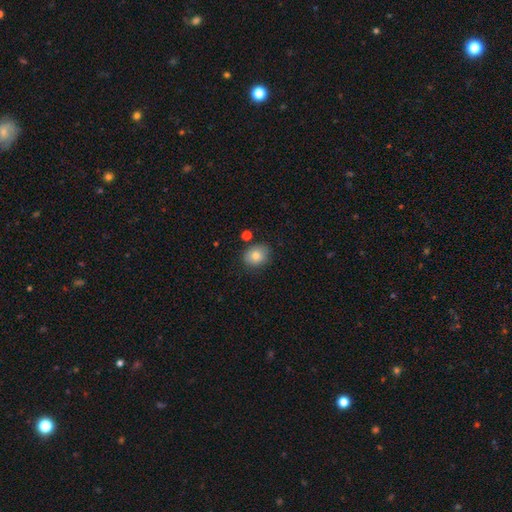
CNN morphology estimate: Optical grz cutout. It shows a smooth galaxy with no disk features (81%) that is round (54%). Merging: none (79%).